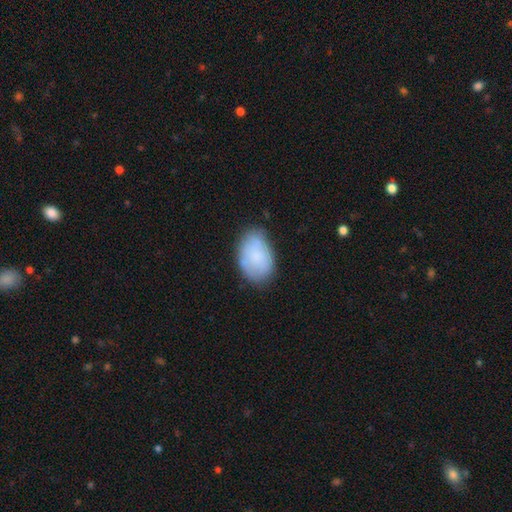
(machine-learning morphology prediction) Smooth or featured? Predicted: smooth (p=0.77). How rounded? Predicted: in between (p=0.87). Merging? Predicted: none (p=0.63).